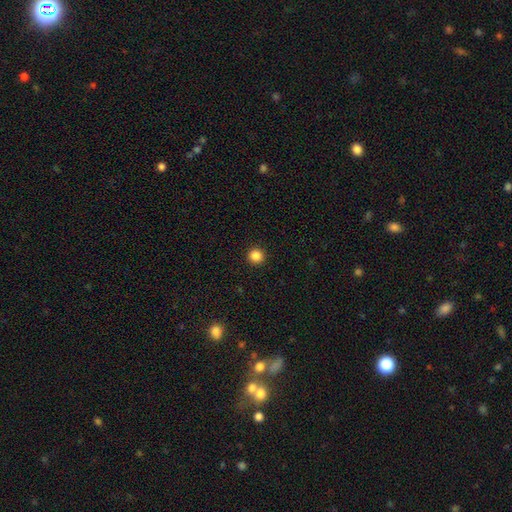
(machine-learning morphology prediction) A smooth galaxy with no disk features (86%) that is round (95%).

Vote fractions:
- Smooth or featured? smooth: 86% / star or artifact: 11% / featured or disk: 3%
- How rounded? round: 95% / in between: 4% / cigar-shaped: 1%
- Merging? none: 94% / minor disturbance: 4% / major disturbance: 2% / merger: 1%